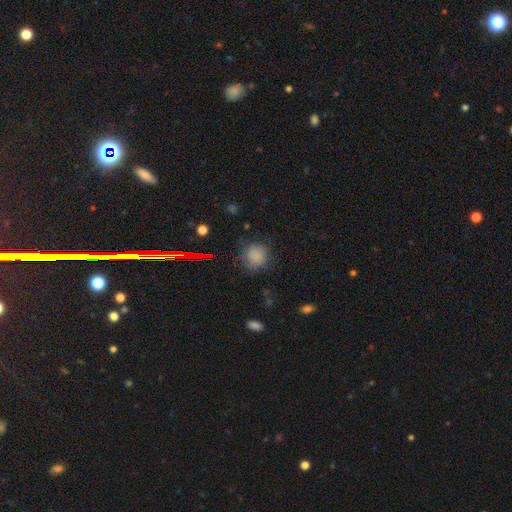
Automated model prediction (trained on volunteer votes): Q: Smooth or featured?
A: smooth (76%); runner-up: star or artifact (15%)
Q: How rounded?
A: round (86%); runner-up: in between (13%)
Q: Merging?
A: none (73%); runner-up: minor disturbance (18%)